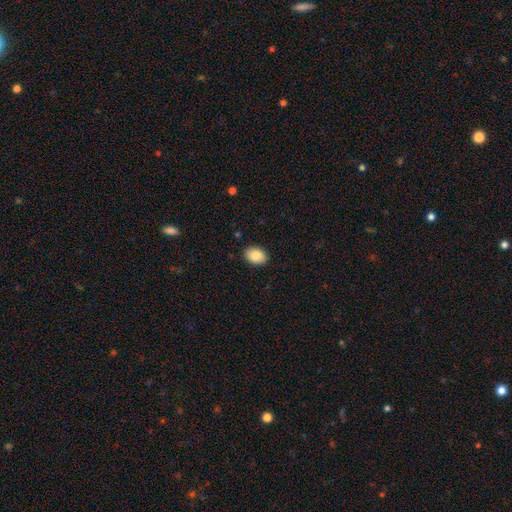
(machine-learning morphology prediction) smooth 87%, star or artifact 7%, featured or disk 6%. Down the decision tree: how rounded — in between (81%); merging — none (89%).